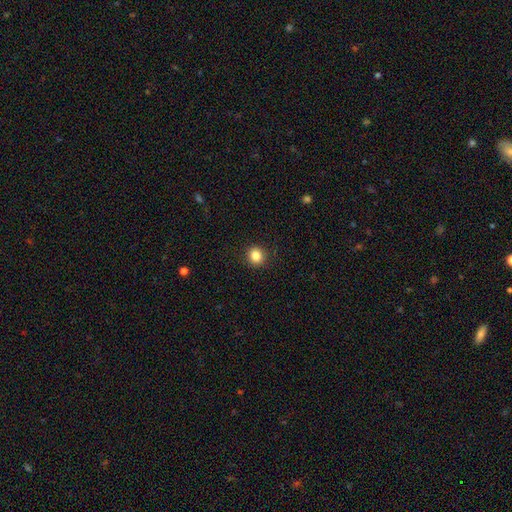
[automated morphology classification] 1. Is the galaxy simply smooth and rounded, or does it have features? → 84% smooth, 11% star or artifact, 5% featured or disk.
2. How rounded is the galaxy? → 90% round, 9% in between, 1% cigar-shaped.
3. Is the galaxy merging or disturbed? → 92% none, 6% minor disturbance, 2% major disturbance, 1% merger.